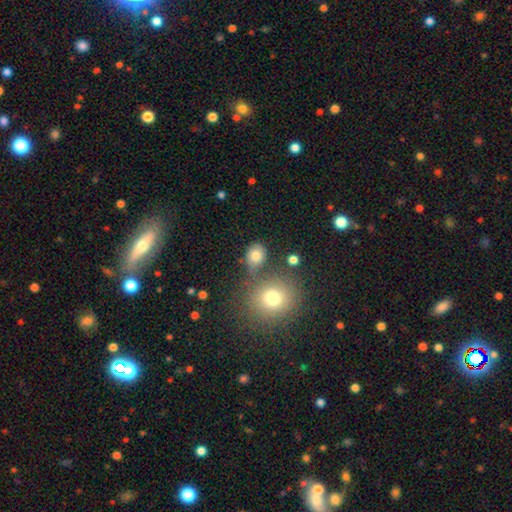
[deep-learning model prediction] This is likely a smooth galaxy (79%). How rounded: likely round (63%). Merging: likely none (71%).